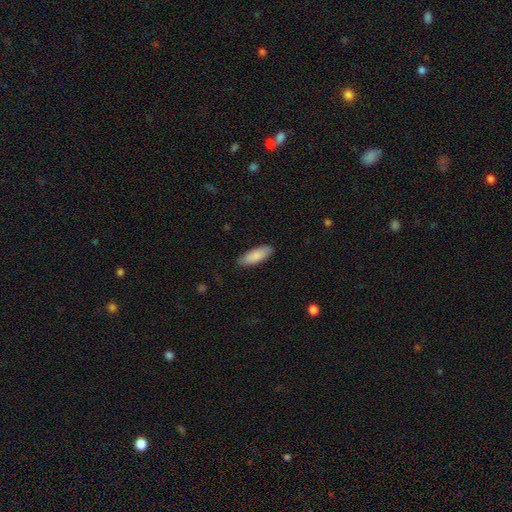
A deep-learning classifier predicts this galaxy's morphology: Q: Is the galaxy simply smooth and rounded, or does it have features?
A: smooth — 87%.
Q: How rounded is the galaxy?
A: in between — 68%.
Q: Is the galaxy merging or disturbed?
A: none — 86%.